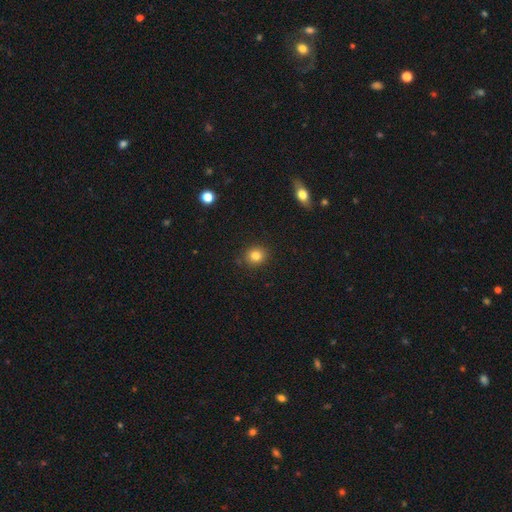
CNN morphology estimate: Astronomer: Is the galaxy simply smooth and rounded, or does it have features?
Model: smooth — 82%.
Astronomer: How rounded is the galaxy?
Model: round — 79%.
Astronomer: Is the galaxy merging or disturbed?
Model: none — 88%.